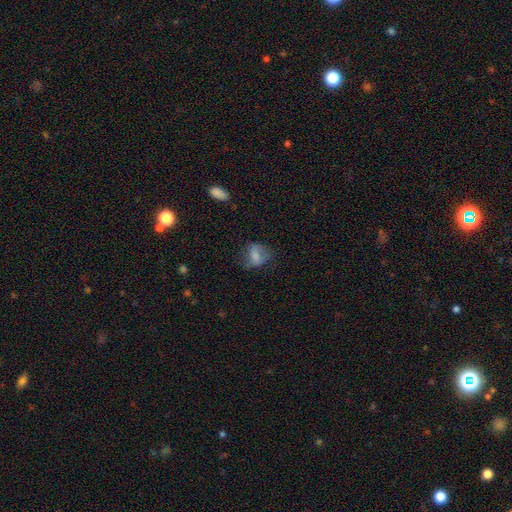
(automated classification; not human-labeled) Smooth or featured? smooth (65%)
How rounded? in between (61%)
Merging? none (50%)